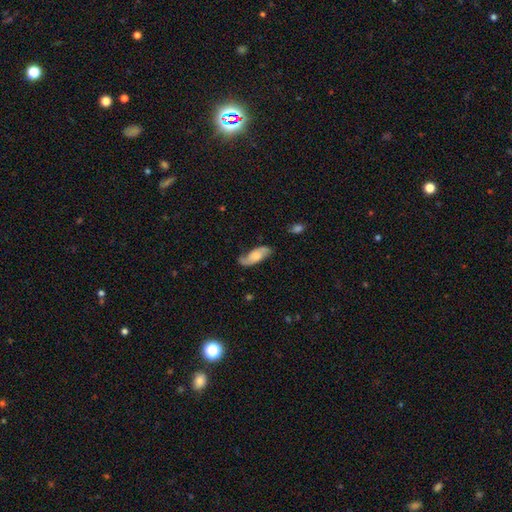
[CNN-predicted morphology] Smooth or featured? featured or disk (55%)
Edge-on disk? no (88%)
Merging? none (67%)